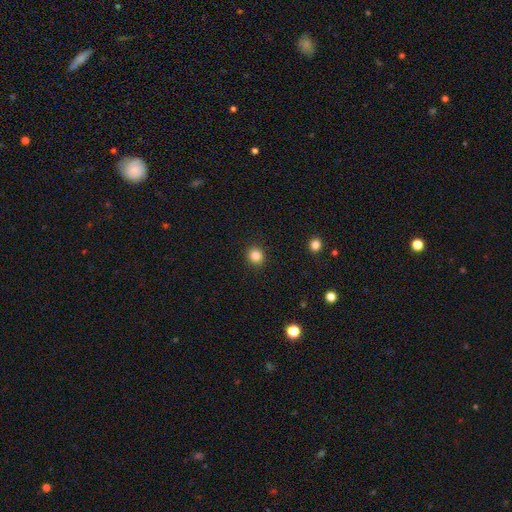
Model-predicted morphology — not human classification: smooth 85%, star or artifact 11%, featured or disk 4%. Down the decision tree: how rounded — round (90%); merging — none (92%).